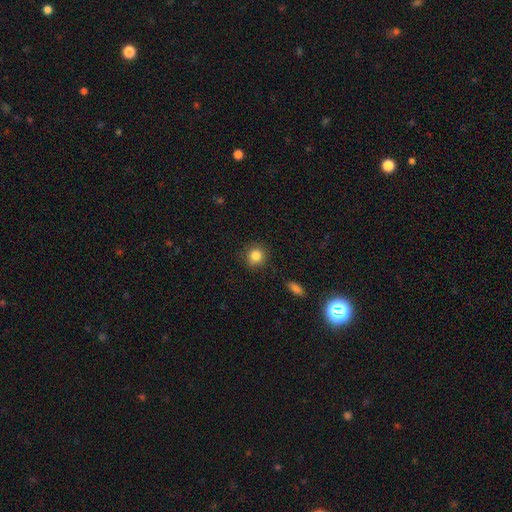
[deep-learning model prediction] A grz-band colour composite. It shows a smooth galaxy with no disk features (85%) that is round (88%). Merging: none (86%).